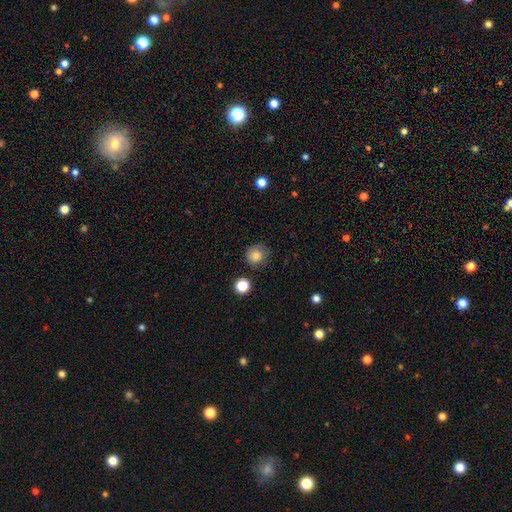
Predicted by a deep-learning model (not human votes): Overall: smooth (81%). How rounded: round (86%). Merging: none (75%).